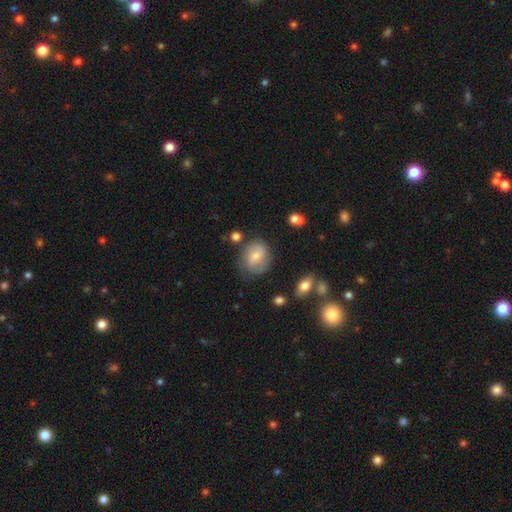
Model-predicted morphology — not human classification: The model was most divided on "smooth or featured": smooth: 52%, featured or disk: 39%, star or artifact: 8%. More confident: merging — none (68%); how rounded — round (59%).